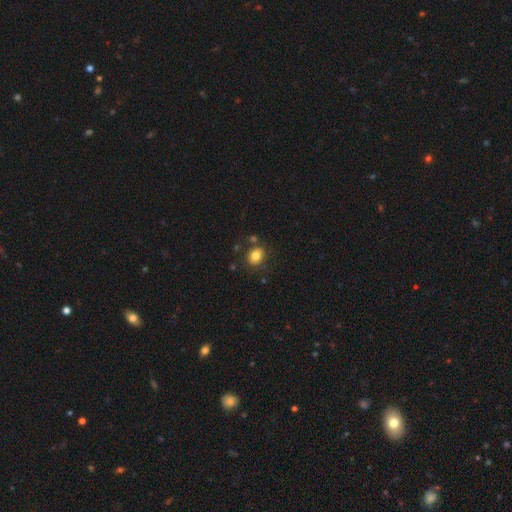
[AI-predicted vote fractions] Smooth or featured? smooth (81%)
How rounded? in between (54%)
Merging? none (77%)